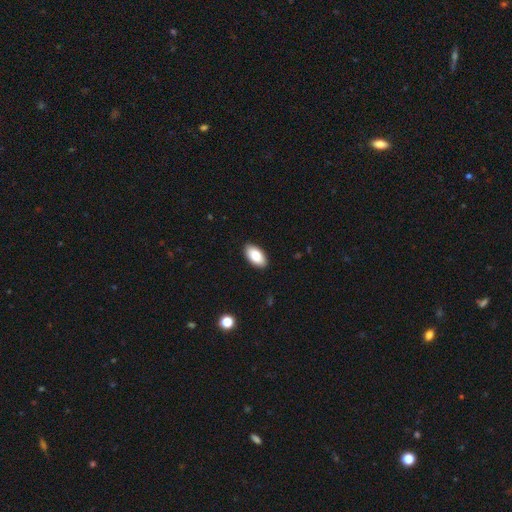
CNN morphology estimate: A smooth galaxy with no disk features (85%) that is in between round and cigar-shaped (94%).

Vote fractions:
- Smooth or featured? smooth: 85% / featured or disk: 9% / star or artifact: 6%
- How rounded? in between: 94% / cigar-shaped: 3% / round: 3%
- Merging? none: 90% / minor disturbance: 7% / major disturbance: 2% / merger: 1%